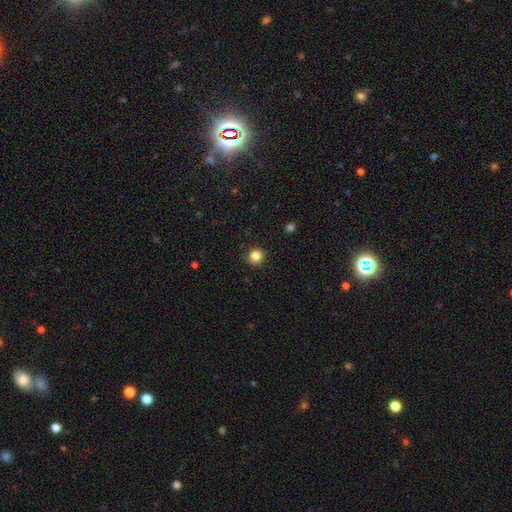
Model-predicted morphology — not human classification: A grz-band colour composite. It shows a smooth galaxy with no disk features (83%) that is round (94%). Merging: none (89%).